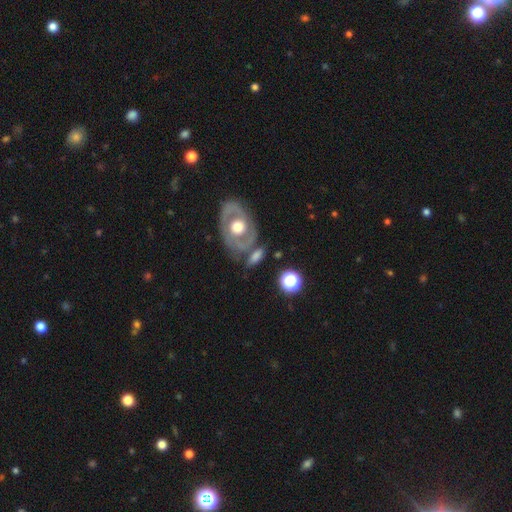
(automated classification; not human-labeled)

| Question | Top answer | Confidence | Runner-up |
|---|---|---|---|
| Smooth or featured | featured or disk | 48% | smooth (43%) |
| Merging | none | 60% | minor disturbance (17%) |